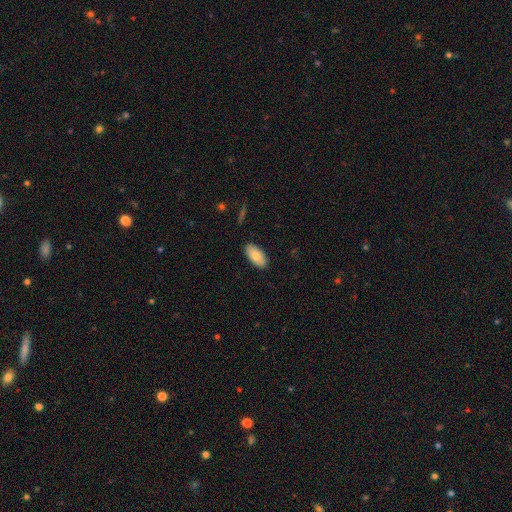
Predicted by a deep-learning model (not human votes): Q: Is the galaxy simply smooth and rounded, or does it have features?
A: smooth — 85%.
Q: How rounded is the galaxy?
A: in between — 94%.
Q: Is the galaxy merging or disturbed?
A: none — 88%.